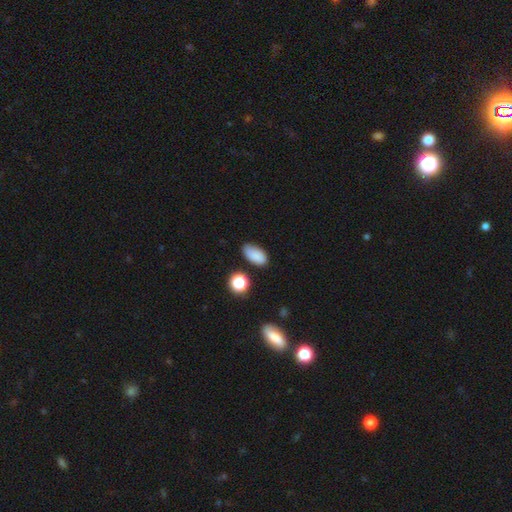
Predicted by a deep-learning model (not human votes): The model was most divided on "merging": none: 74%, minor disturbance: 19%, major disturbance: 4%, merger: 4%. More confident: how rounded — in between (91%); smooth or featured — smooth (84%).